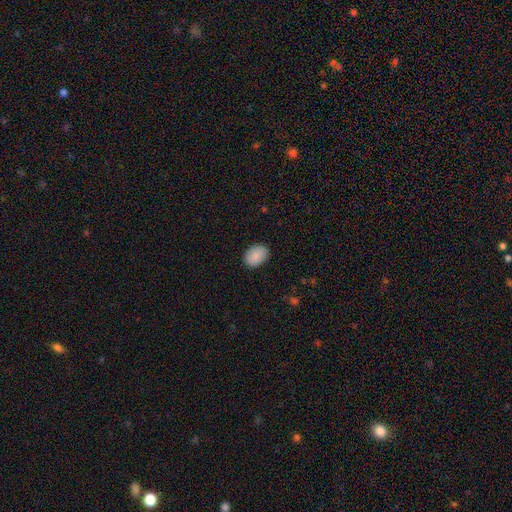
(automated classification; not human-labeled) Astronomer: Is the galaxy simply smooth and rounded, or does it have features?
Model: smooth — 89%.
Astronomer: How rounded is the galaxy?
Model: in between — 81%.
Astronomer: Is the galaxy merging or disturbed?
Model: none — 88%.